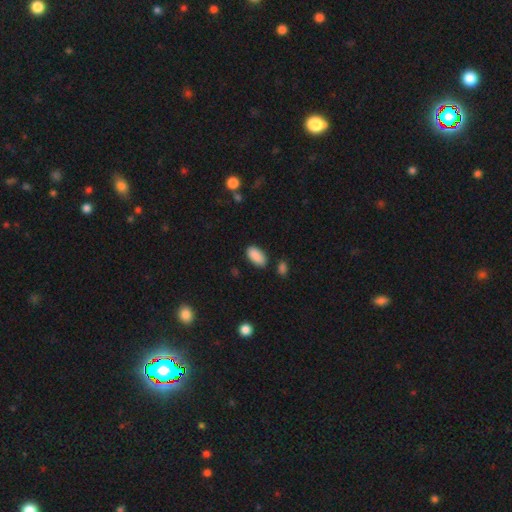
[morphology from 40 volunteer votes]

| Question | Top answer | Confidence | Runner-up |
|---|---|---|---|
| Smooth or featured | smooth | 92% | star or artifact (5%) |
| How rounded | in between | 97% | cigar-shaped (3%) |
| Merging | none | 89% | minor disturbance (5%) |